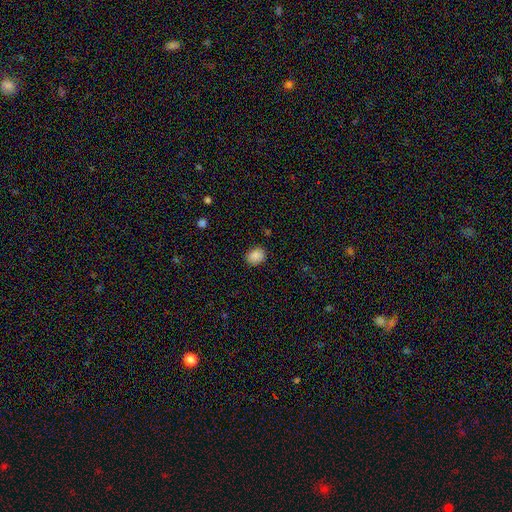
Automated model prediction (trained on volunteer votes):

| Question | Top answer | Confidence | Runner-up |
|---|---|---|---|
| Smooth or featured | smooth | 88% | star or artifact (9%) |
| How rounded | in between | 58% | round (41%) |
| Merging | none | 86% | minor disturbance (11%) |